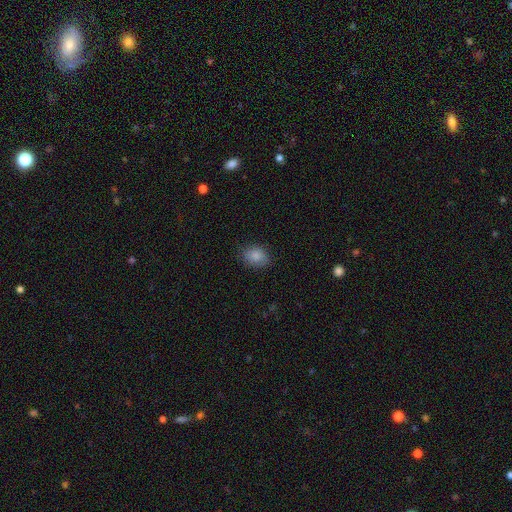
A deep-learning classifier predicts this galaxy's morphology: This is clearly a smooth galaxy (86%). How rounded: likely in between (63%). Merging: likely none (79%).